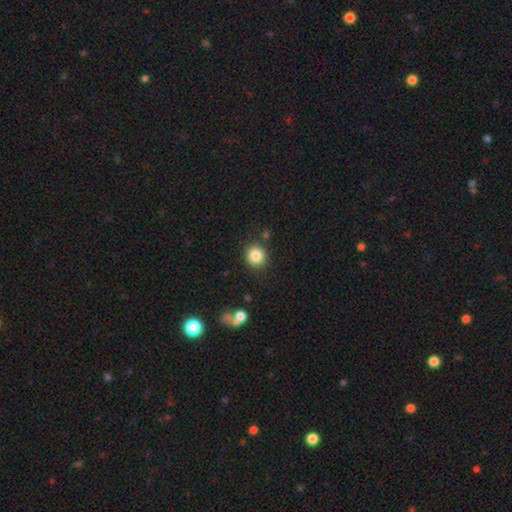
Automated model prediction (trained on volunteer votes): The model was most divided on "smooth or featured": smooth: 84%, star or artifact: 10%, featured or disk: 5%. More confident: how rounded — round (88%); merging — none (84%).